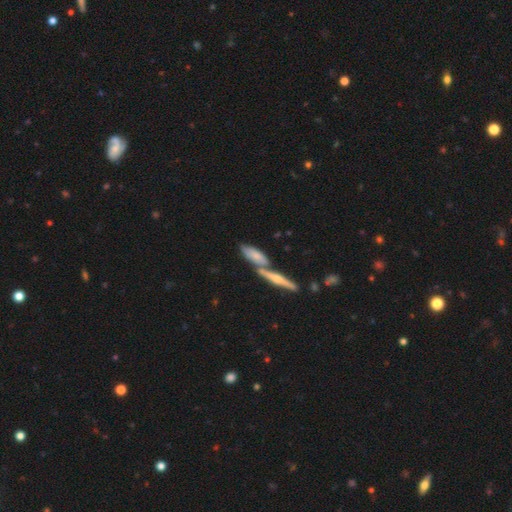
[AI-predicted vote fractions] smooth 56%, featured or disk 37%, star or artifact 6%. Down the decision tree: how rounded — in between (59%); merging — none (45%).